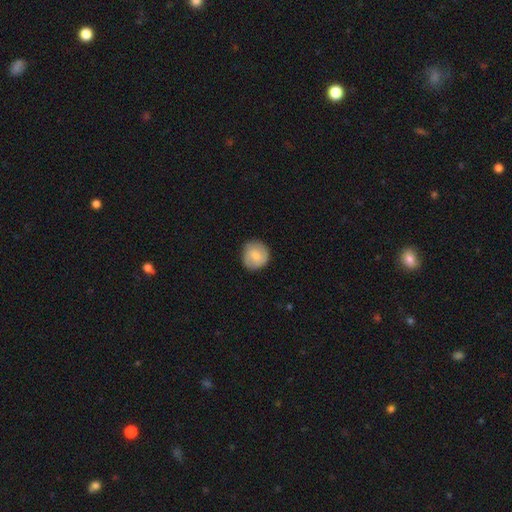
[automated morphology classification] The model was most divided on "smooth or featured": smooth: 73%, featured or disk: 20%, star or artifact: 7%. More confident: how rounded — round (91%); merging — none (85%).